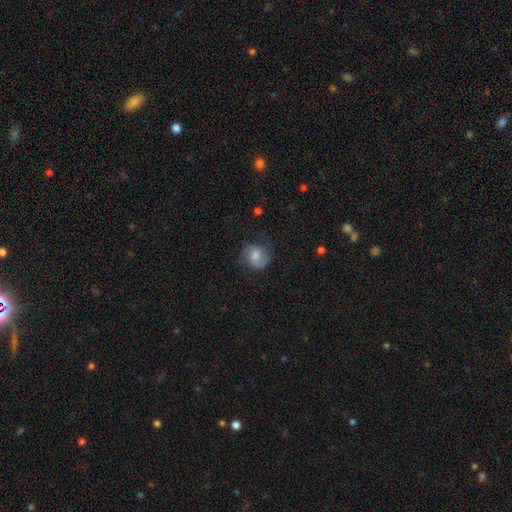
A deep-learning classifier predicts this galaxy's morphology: The model was most divided on "smooth or featured": featured or disk: 47%, smooth: 45%, star or artifact: 8%. More confident: merging — none (66%).